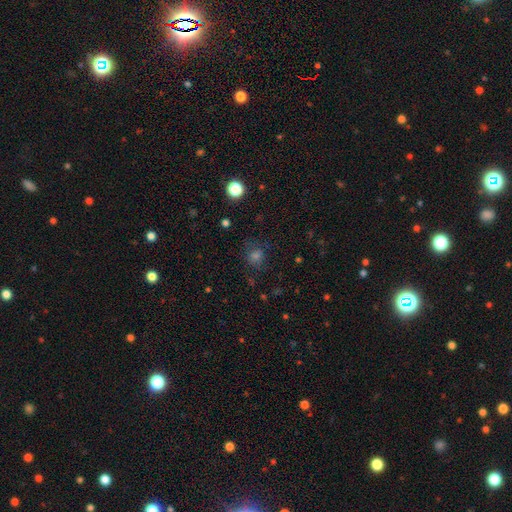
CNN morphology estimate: This is likely a smooth galaxy (63%). How rounded: likely round (80%). Merging: likely none (75%).